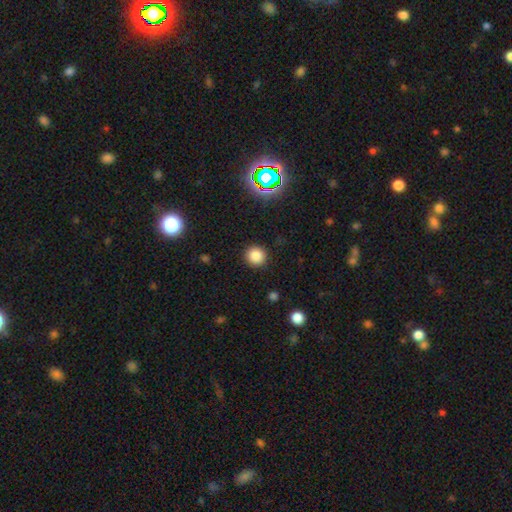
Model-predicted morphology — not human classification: Overall: smooth (82%). How rounded: round (94%). Merging: none (91%).